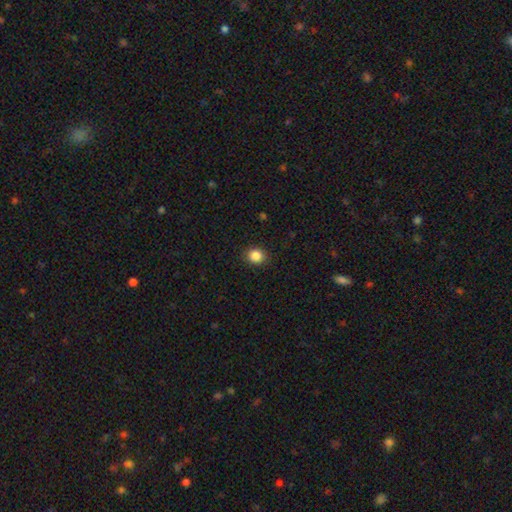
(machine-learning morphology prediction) The model was most divided on "how rounded": round: 79%, in between: 21%, cigar-shaped: 1%. More confident: merging — none (90%); smooth or featured — smooth (86%).